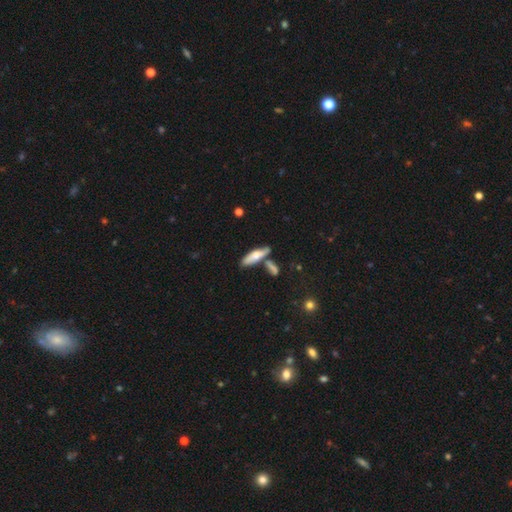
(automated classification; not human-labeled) Smooth or featured? smooth (62%)
How rounded? cigar-shaped (57%)
Merging? none (54%)